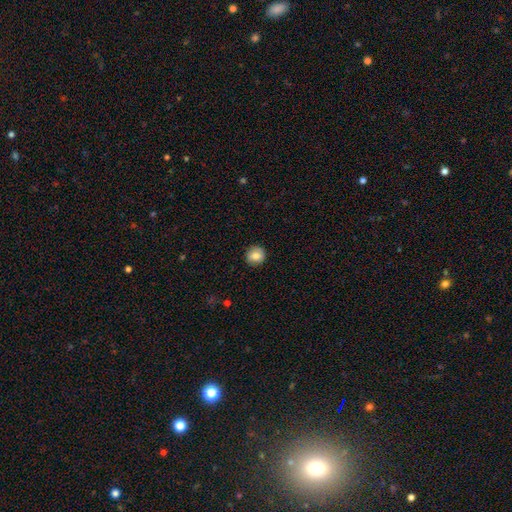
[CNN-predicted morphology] Smooth or featured: smooth — 83% (star or artifact — 9%)
How rounded: round — 89% (in between — 10%)
Merging: none — 89% (minor disturbance — 8%)